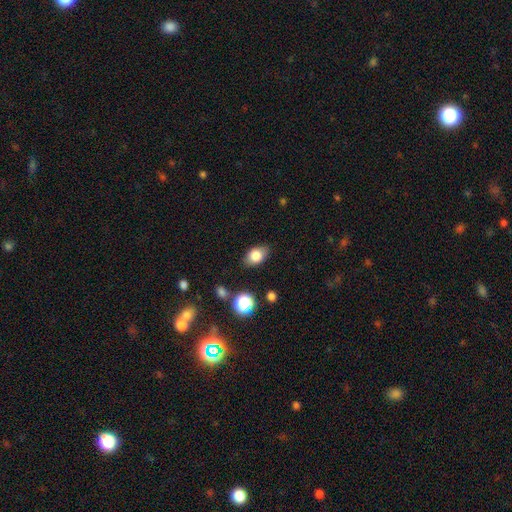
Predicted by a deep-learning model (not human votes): This appears to be a smooth galaxy with no disk features (81%) that is in between round and cigar-shaped (82%). Merging: none (82%).